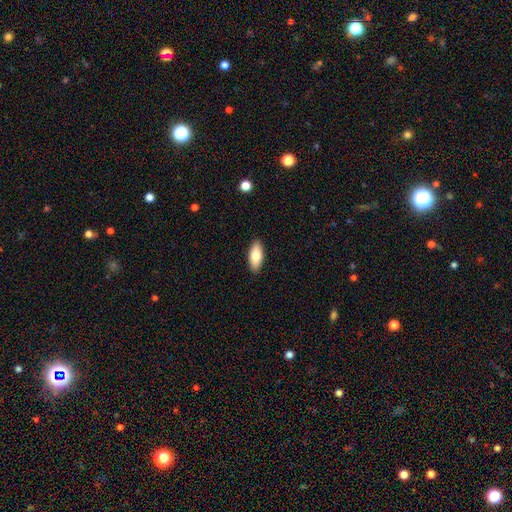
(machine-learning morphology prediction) Smooth or featured? smooth (77%)
How rounded? in between (84%)
Merging? none (90%)